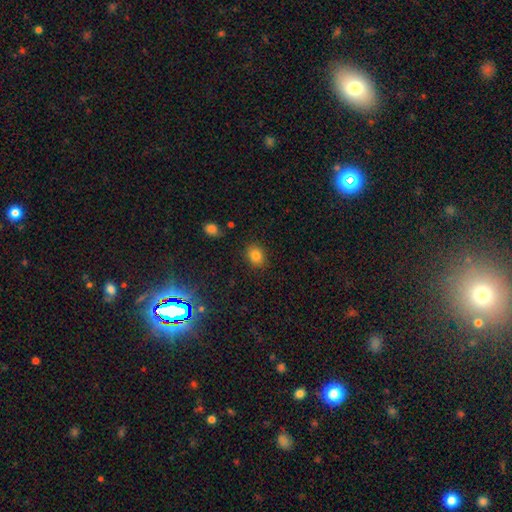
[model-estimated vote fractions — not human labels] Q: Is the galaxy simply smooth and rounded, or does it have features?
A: smooth — 81%.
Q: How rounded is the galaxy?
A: round — 54%.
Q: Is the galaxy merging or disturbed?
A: none — 86%.